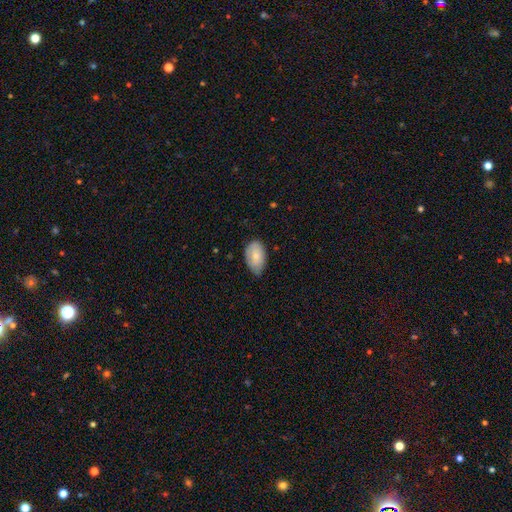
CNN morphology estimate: Smooth or featured? Predicted: smooth (p=0.76). How rounded? Predicted: in between (p=0.93). Merging? Predicted: none (p=0.58).